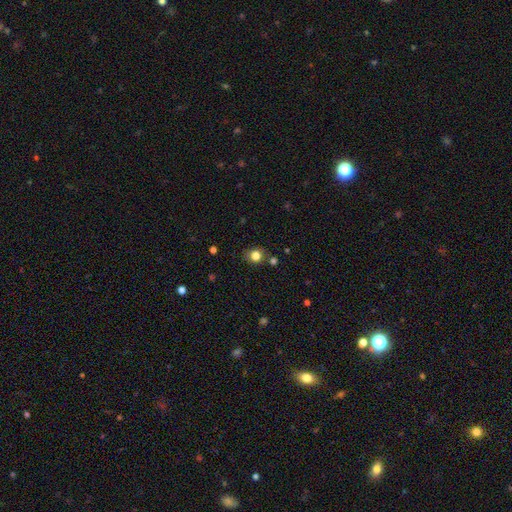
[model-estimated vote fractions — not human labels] This is clearly a smooth galaxy (80%). How rounded: likely round (76%). Merging: likely none (80%).